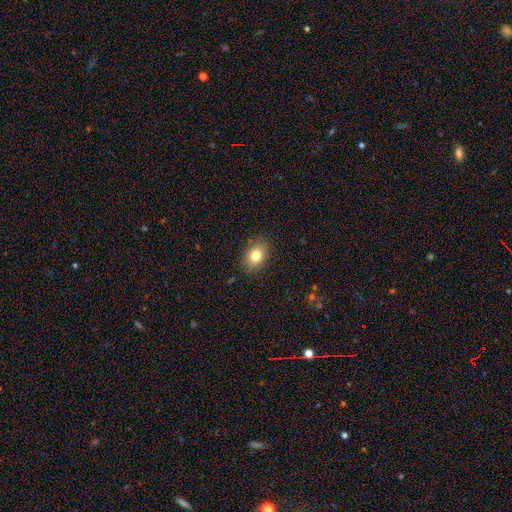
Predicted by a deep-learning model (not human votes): The model was most divided on "how rounded": in between: 66%, round: 33%, cigar-shaped: 1%. More confident: merging — none (87%); smooth or featured — smooth (81%).